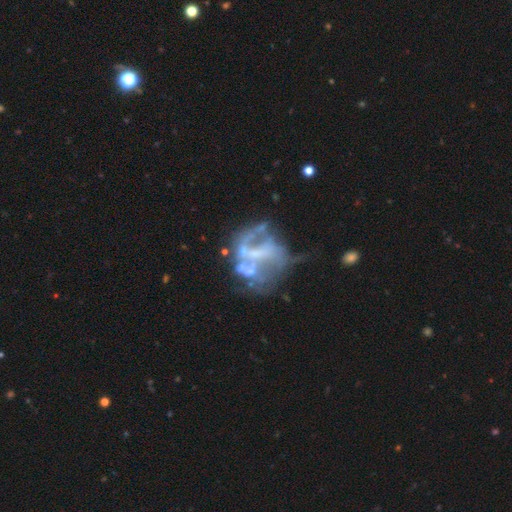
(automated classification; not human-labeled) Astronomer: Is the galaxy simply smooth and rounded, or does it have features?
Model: featured or disk — 72%.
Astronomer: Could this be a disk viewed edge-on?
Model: no — 98%.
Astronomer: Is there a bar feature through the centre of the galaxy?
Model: no — 68%.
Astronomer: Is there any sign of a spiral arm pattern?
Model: no — 75%.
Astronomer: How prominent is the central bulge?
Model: none — 59%.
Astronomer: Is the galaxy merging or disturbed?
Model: major disturbance — 33%, tied with none at 33%.